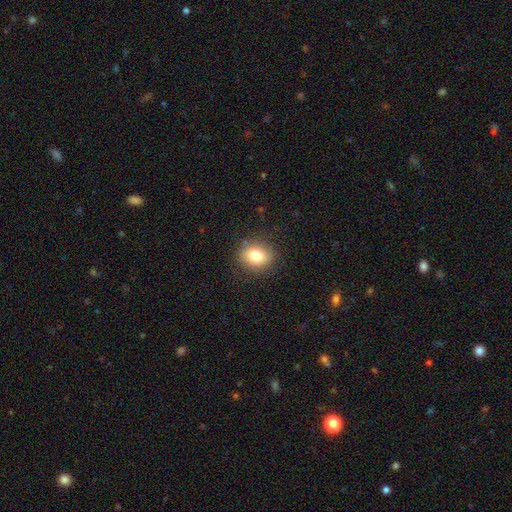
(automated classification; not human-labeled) smooth-or-featured: smooth: 79% | star or artifact: 11% | featured or disk: 11%
  how-rounded: round: 65% | in between: 34% | cigar-shaped: 1%
  merging: none: 86% | minor disturbance: 9% | major disturbance: 3% | merger: 1%